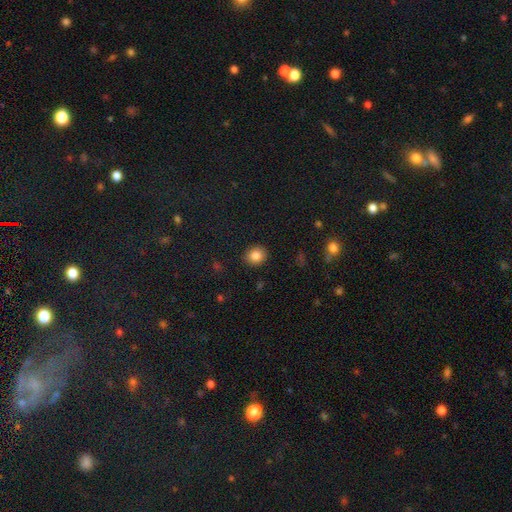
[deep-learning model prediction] A smooth galaxy with no disk features (84%) that is round (80%).

Vote fractions:
- Smooth or featured? smooth: 84% / star or artifact: 10% / featured or disk: 7%
- How rounded? round: 80% / in between: 19% / cigar-shaped: 1%
- Merging? none: 91% / minor disturbance: 7% / major disturbance: 2% / merger: 1%